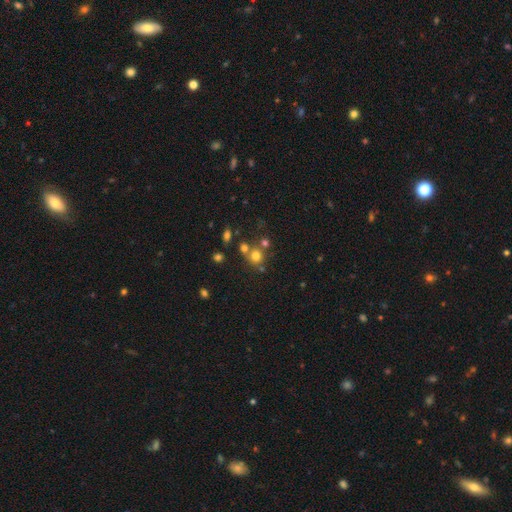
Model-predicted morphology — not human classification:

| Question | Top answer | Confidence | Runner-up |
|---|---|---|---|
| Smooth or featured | smooth | 71% | star or artifact (19%) |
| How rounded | round | 87% | in between (12%) |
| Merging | none | 61% | merger (26%) |